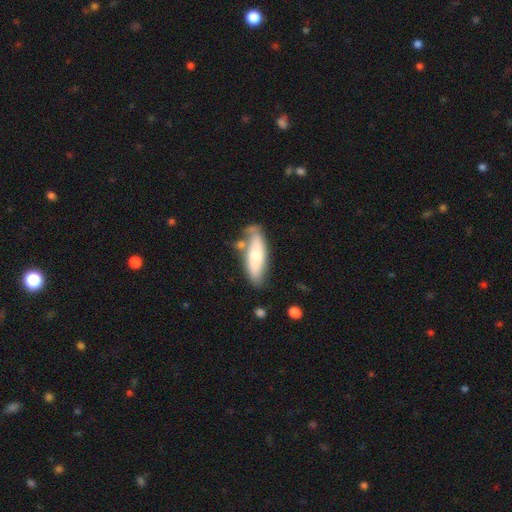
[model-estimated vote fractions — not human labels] This is likely a smooth galaxy (60%). How rounded: possibly in between (55%). Merging: possibly none (59%).